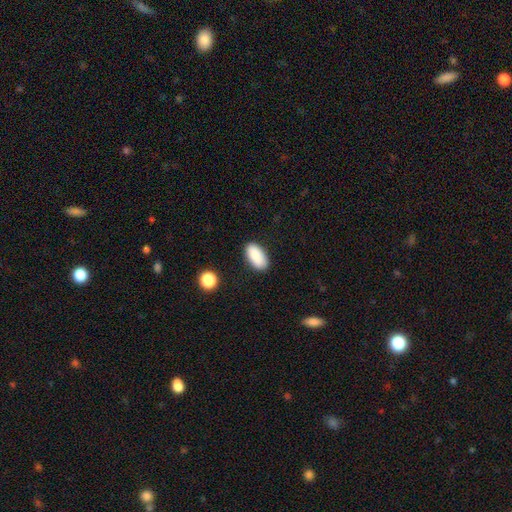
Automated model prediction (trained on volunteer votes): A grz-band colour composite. It shows a smooth galaxy with no disk features (88%) that is in between round and cigar-shaped (93%). Merging: none (83%).